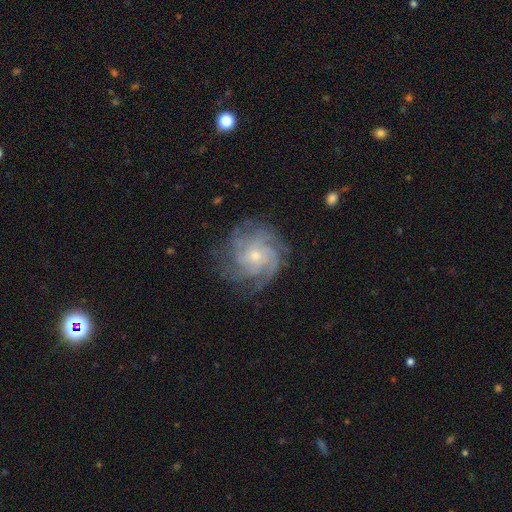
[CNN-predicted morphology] Smooth or featured: featured or disk — 86% (smooth — 7%)
Edge-on disk: no — 98% (yes — 2%)
Bar: no — 75% (weak — 22%)
Spiral arms: yes — 97% (no — 3%)
Spiral winding: tight — 61% (medium — 32%)
Spiral arm count: 4 — 36% (can't tell — 19%)
Bulge size: small — 65% (moderate — 30%)
Merging: none — 76% (minor disturbance — 16%)